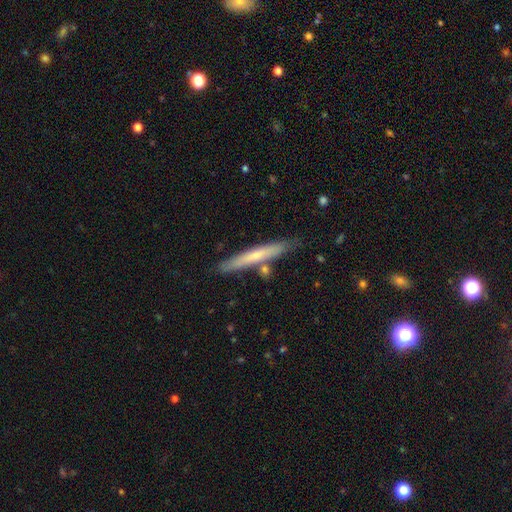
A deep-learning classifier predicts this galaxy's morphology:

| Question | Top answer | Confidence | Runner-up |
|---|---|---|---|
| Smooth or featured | smooth | 55% | featured or disk (39%) |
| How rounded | cigar-shaped | 95% | in between (3%) |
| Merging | none | 80% | minor disturbance (12%) |